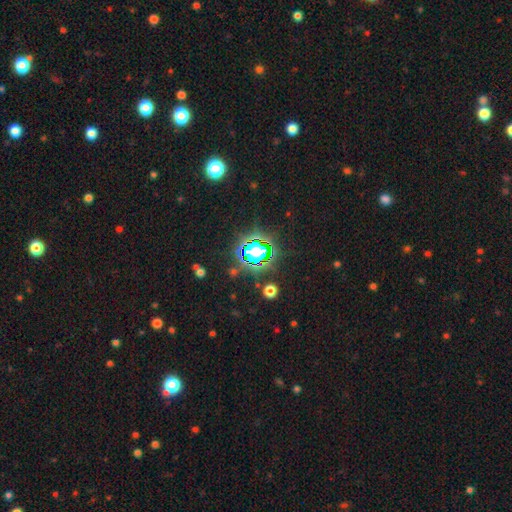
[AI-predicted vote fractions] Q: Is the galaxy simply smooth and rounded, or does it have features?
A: star or artifact — 80%.